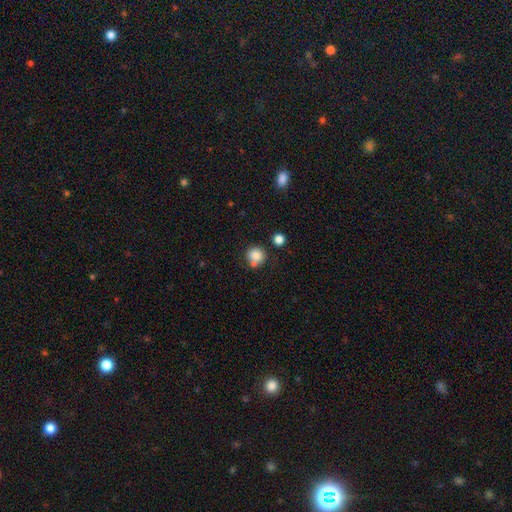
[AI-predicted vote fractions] Smooth or featured? Predicted: smooth (p=0.83). How rounded? Predicted: round (p=0.89). Merging? Predicted: none (p=0.64).